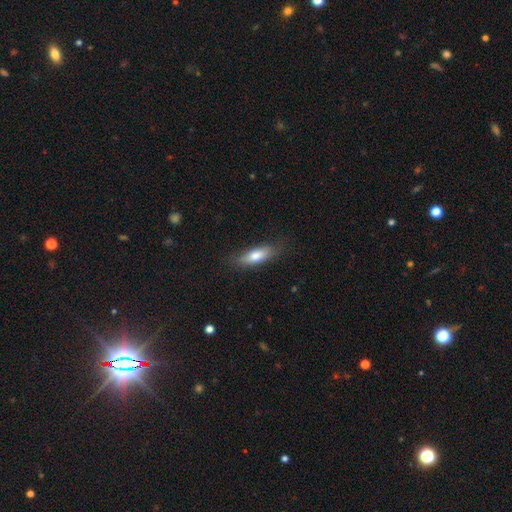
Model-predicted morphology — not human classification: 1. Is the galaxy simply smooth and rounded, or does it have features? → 74% smooth, 19% featured or disk, 6% star or artifact.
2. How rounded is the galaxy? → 58% in between, 40% cigar-shaped, 2% round.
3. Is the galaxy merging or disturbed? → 76% none, 18% minor disturbance, 5% major disturbance, 1% merger.